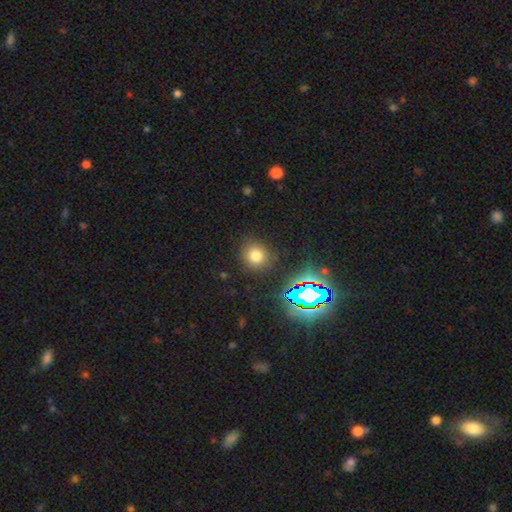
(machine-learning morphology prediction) A smooth galaxy with no disk features (72%) that is round (86%). Merging: none (85%).